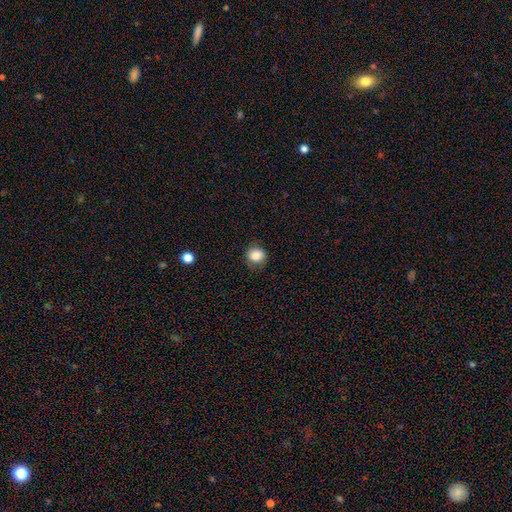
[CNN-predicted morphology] smooth_or_featured: smooth (p=0.85) [alt: star or artifact p=0.10]
how_rounded: round (p=0.84) [alt: in between p=0.15]
merging: none (p=0.82) [alt: minor disturbance p=0.13]